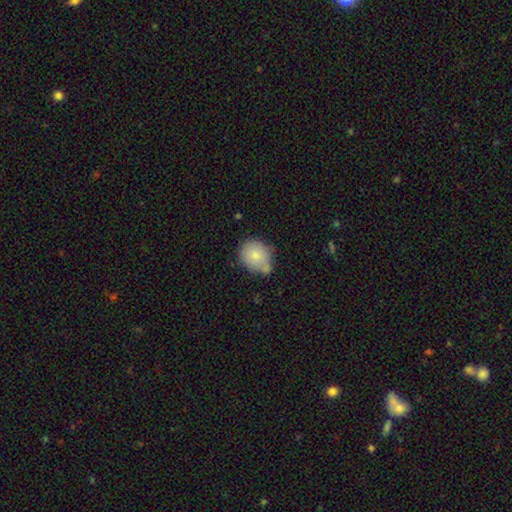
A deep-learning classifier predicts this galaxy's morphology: Overall: smooth (80%). How rounded: round (62%; in between 37%). Merging: none (47%; minor disturbance 31%).